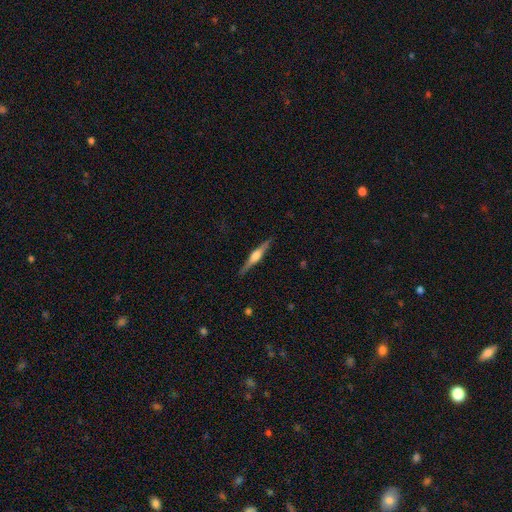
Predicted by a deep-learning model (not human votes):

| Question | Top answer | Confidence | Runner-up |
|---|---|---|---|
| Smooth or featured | featured or disk | 75% | smooth (20%) |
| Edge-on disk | yes | 98% | no (2%) |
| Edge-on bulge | rounded | 81% | boxy (15%) |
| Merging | none | 90% | minor disturbance (8%) |